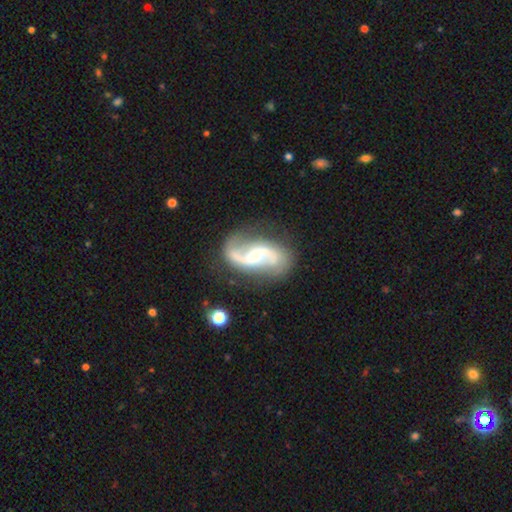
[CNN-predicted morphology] Smooth or featured? Predicted: featured or disk (p=0.89). Edge-on disk? Predicted: no (p=0.97). Bar? Predicted: weak (p=0.42). Spiral arms? Predicted: yes (p=0.97). Spiral winding? Predicted: loose (p=0.59). Spiral arm count? Predicted: 2 (p=0.91). Bulge size? Predicted: small (p=0.54). Merging? Predicted: none (p=0.72).